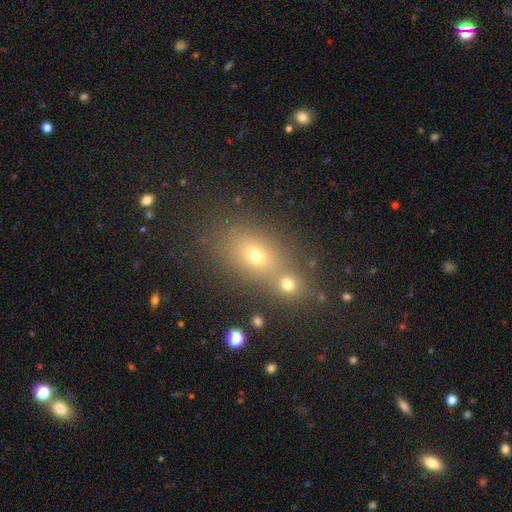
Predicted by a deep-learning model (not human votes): The model was most divided on "merging": none: 51%, merger: 35%, minor disturbance: 9%, major disturbance: 4%. More confident: how rounded — in between (66%); smooth or featured — smooth (63%).